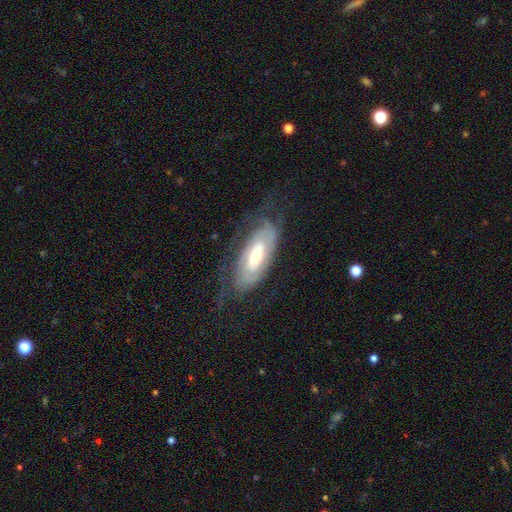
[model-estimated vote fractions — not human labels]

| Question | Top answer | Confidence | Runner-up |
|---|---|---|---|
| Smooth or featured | featured or disk | 70% | smooth (22%) |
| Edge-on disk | no | 86% | yes (14%) |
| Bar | no | 55% | weak (32%) |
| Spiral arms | yes | 77% | no (23%) |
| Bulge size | moderate | 60% | small (25%) |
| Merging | none | 66% | minor disturbance (19%) |